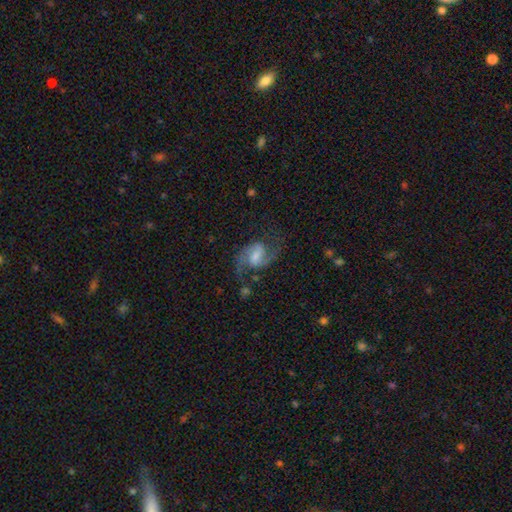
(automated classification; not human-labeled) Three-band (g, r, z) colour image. It shows a featured or disk galaxy (84%) with a weak bar (56%), 2 (92%) medium (48%) spiral arms (96%) and a moderate central bulge (37%). Merging: none (66%).